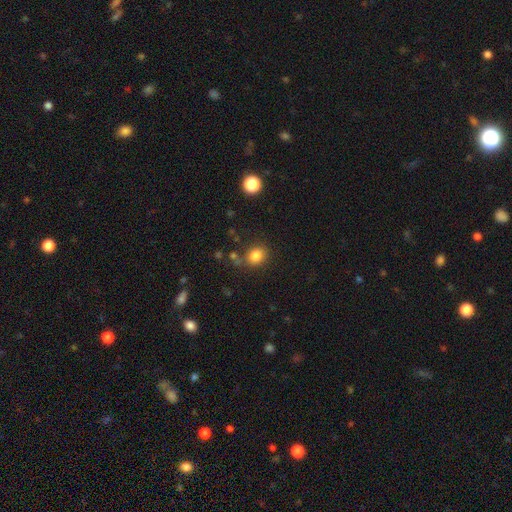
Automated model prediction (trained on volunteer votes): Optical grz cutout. It shows a smooth galaxy with no disk features (83%) that is round (68%). Merging: none (76%).